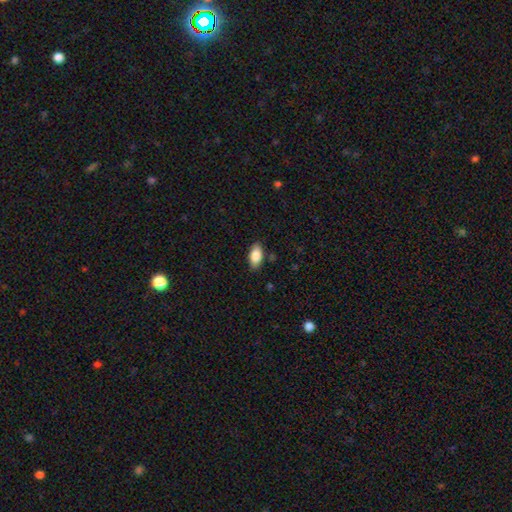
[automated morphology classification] A smooth galaxy with no disk features (86%) that is in between round and cigar-shaped (91%). Merging: none (86%).